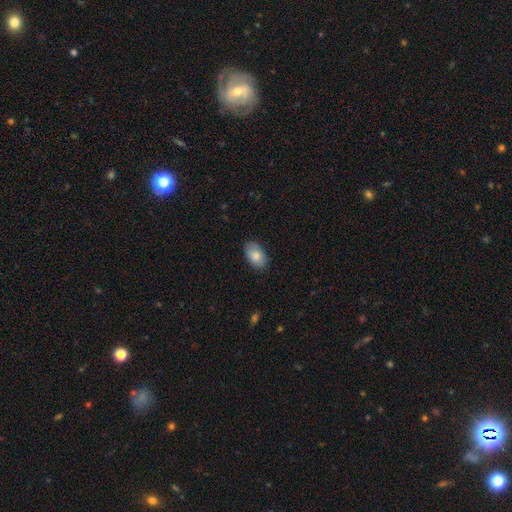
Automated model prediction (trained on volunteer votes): smooth 84%, featured or disk 9%, star or artifact 7%. Down the decision tree: how rounded — in between (91%); merging — none (84%).